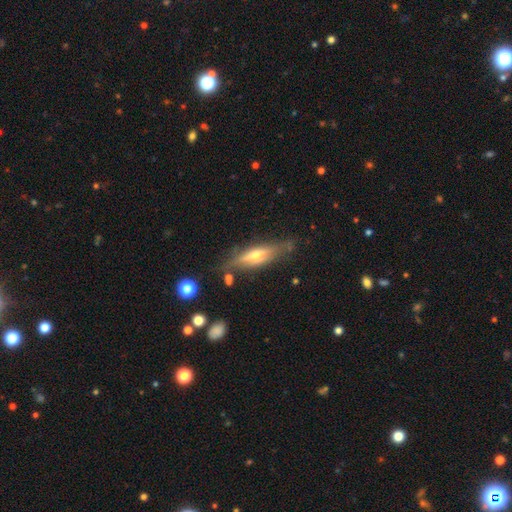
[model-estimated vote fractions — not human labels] featured or disk 61%, smooth 32%, star or artifact 7%. Down the decision tree: edge-on disk — yes (89%); edge-on bulge — rounded (86%); merging — none (74%).